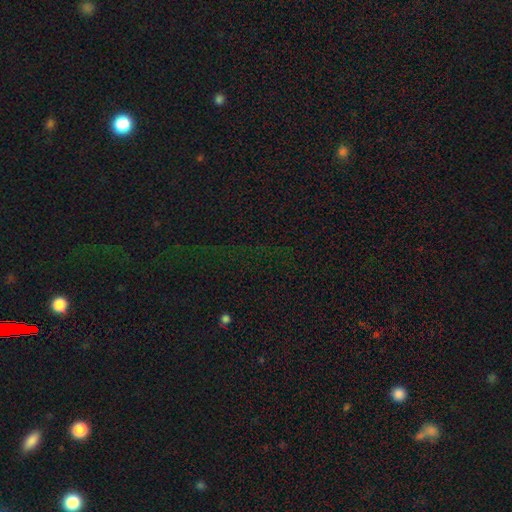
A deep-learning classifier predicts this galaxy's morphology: star or artifact 75%, smooth 16%, featured or disk 9%.